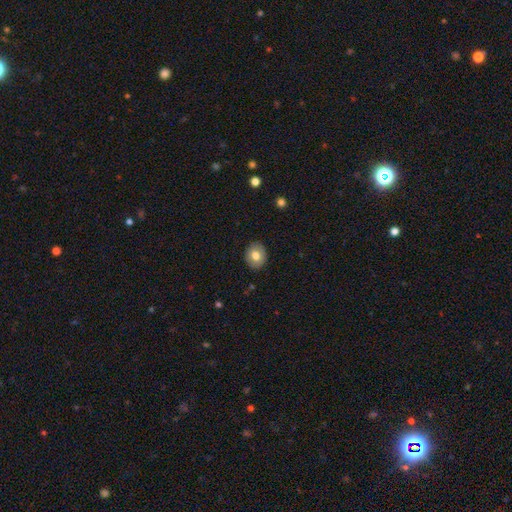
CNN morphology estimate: Smooth or featured? smooth (75%)
How rounded? round (52%)
Merging? none (88%)